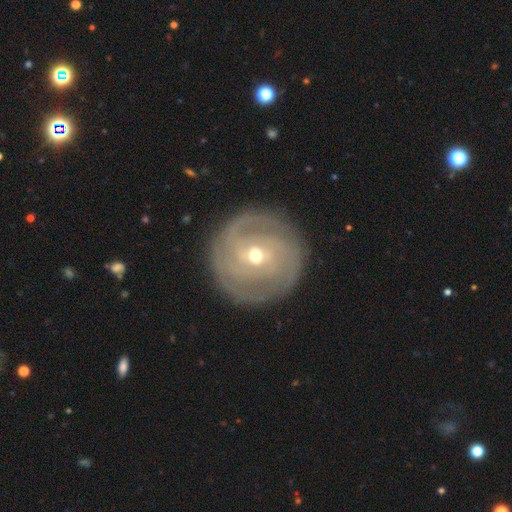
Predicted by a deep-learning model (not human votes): The model was most divided on "bulge size": moderate: 50%, small: 47%, large: 2%, dominant: 1%, none: 1%. Remaining: edge-on disk — no (97%); spiral arms — yes (89%); merging — none (85%); smooth or featured — featured or disk (80%); spiral winding — tight (71%); bar — weak (45%); spiral arm count — 2 (37%).